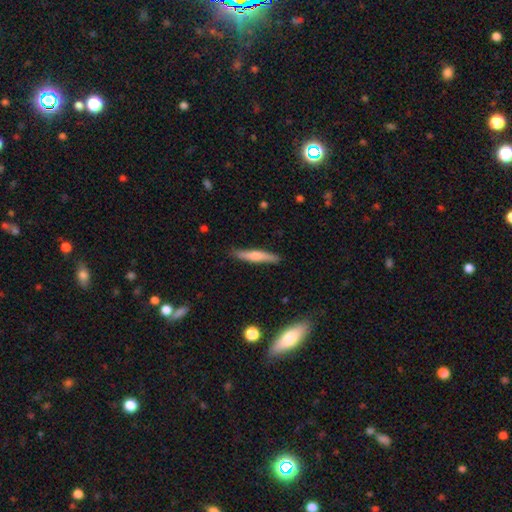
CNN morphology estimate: Smooth or featured: smooth — 60% (featured or disk — 35%)
How rounded: cigar-shaped — 91% (in between — 8%)
Merging: none — 86% (minor disturbance — 11%)